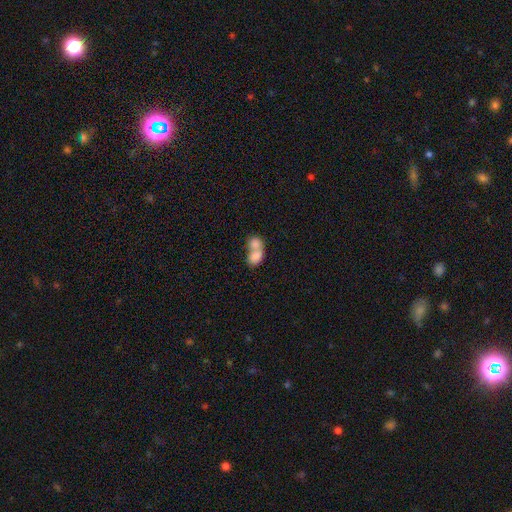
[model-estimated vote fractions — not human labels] The model was most divided on "how rounded": in between: 67%, round: 31%, cigar-shaped: 2%. More confident: smooth or featured — smooth (78%); merging — merger (77%).